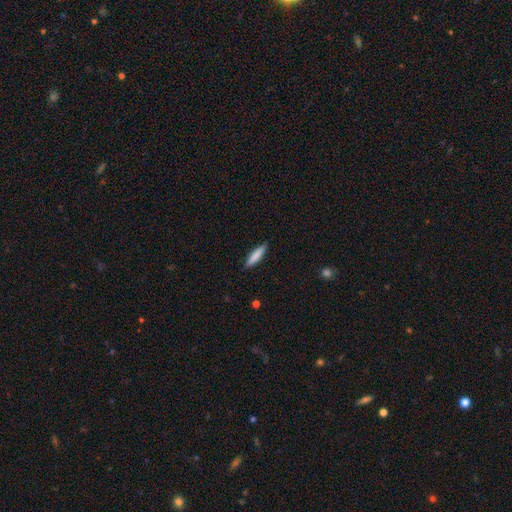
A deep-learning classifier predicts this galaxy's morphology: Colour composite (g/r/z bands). It shows a smooth galaxy with no disk features (82%) that is cigar-shaped (83%). Merging: none (89%).